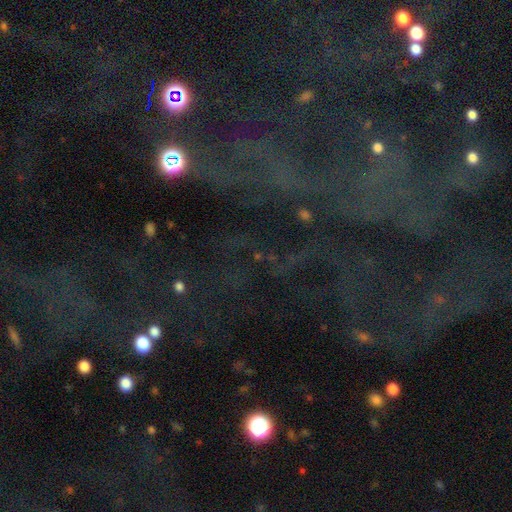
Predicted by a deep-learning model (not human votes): Morphology: type=star or artifact (75%).